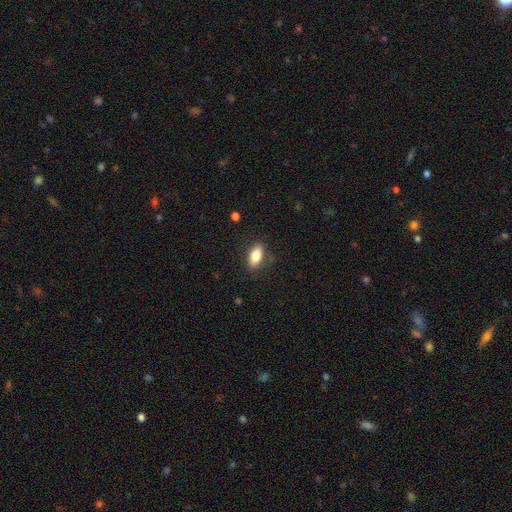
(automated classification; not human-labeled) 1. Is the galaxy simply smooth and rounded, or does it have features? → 82% smooth, 11% featured or disk, 8% star or artifact.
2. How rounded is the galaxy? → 86% in between, 10% cigar-shaped, 4% round.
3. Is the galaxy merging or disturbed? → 85% none, 11% minor disturbance, 3% major disturbance, 1% merger.